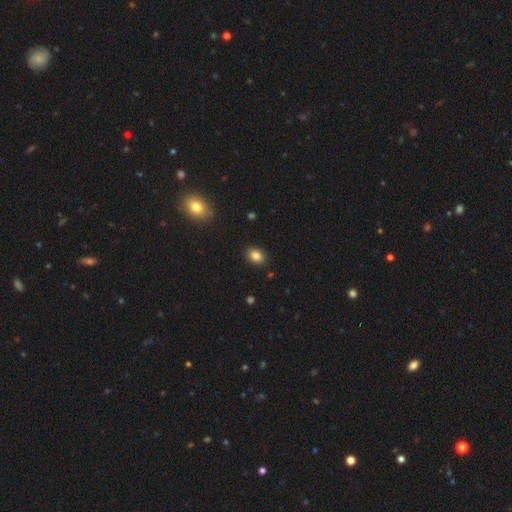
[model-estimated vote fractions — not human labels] Smooth or featured?
  - smooth: 85% *
  - star or artifact: 10%
  - featured or disk: 6%
How rounded?
  - in between: 70% *
  - round: 29%
  - cigar-shaped: 1%
Merging?
  - none: 89% *
  - minor disturbance: 8%
  - major disturbance: 2%
  - merger: 1%